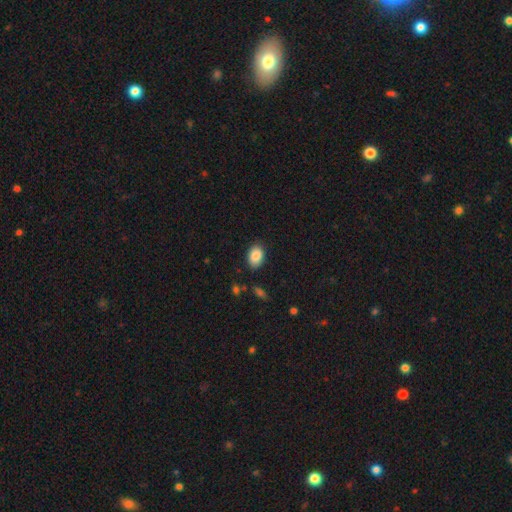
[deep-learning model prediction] smooth 87%, star or artifact 8%, featured or disk 6%. Down the decision tree: how rounded — in between (84%); merging — none (85%).